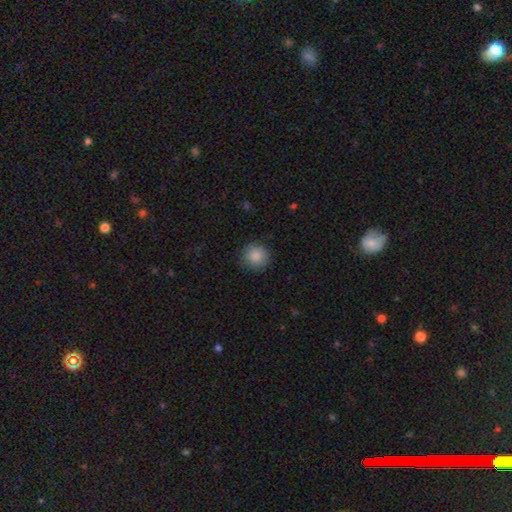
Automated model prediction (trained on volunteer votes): Smooth or featured? Predicted: smooth (p=0.87). How rounded? Predicted: round (p=0.93). Merging? Predicted: none (p=0.87).